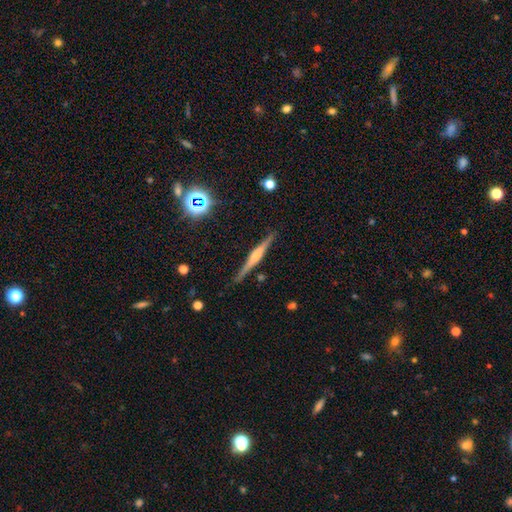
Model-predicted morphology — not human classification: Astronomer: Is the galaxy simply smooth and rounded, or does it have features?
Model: featured or disk — 71%.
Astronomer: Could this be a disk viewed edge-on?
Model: yes — 98%.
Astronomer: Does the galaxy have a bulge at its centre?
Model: rounded — 60%.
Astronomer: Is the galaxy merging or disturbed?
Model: none — 89%.